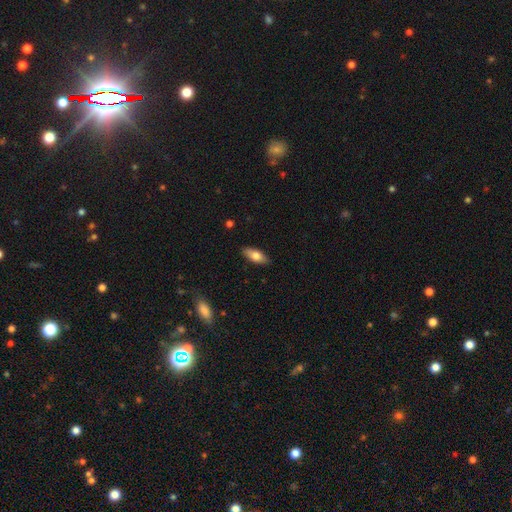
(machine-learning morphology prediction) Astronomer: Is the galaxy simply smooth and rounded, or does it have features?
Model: smooth — 75%.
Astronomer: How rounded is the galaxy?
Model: in between — 77%.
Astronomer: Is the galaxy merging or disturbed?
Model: none — 87%.